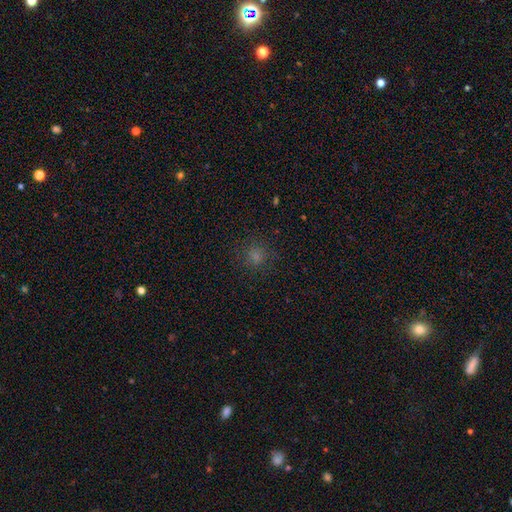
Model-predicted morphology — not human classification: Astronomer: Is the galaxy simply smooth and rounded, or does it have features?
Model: smooth — 76%.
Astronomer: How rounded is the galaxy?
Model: round — 85%.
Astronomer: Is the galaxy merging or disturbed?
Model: none — 84%.